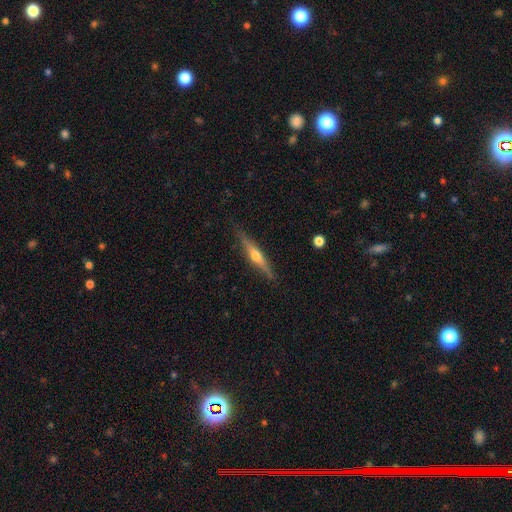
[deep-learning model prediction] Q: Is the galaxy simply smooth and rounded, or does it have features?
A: featured or disk — 61%.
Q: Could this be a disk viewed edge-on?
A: yes — 95%.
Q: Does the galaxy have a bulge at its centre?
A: rounded — 87%.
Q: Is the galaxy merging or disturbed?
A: none — 85%.